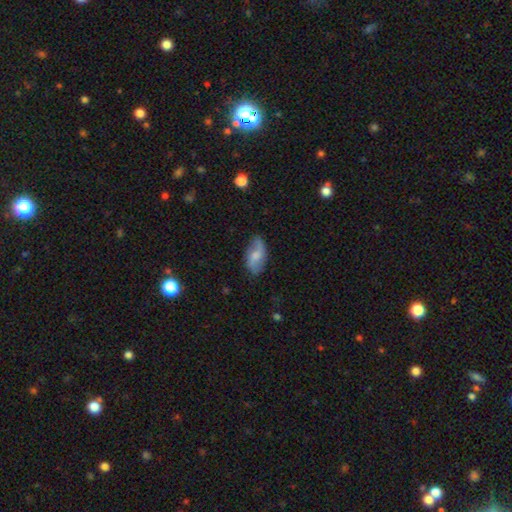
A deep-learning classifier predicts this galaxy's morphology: Smooth or featured: smooth — 55% (featured or disk — 39%)
How rounded: in between — 92% (round — 4%)
Merging: none — 75% (minor disturbance — 19%)